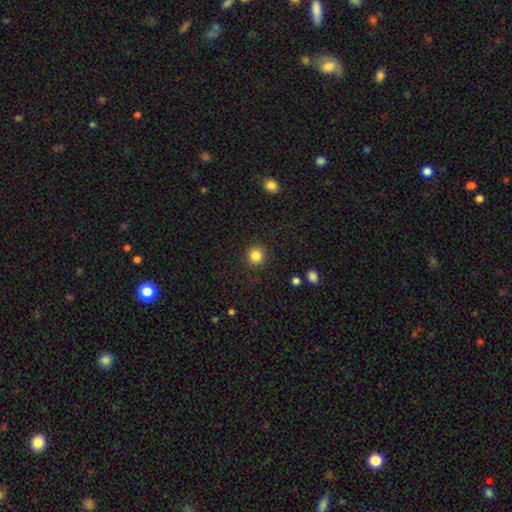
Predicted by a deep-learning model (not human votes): Smooth or featured? smooth (84%)
How rounded? round (90%)
Merging? none (89%)